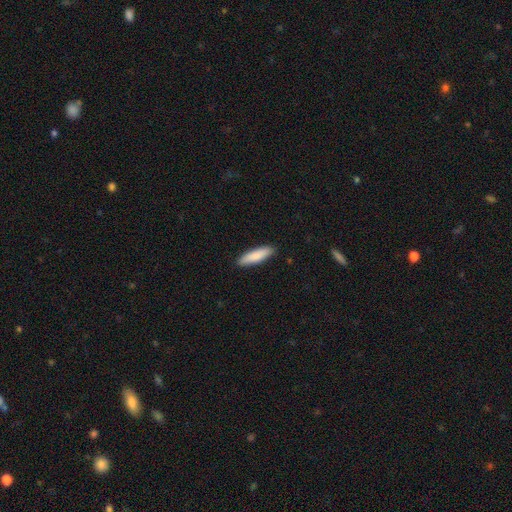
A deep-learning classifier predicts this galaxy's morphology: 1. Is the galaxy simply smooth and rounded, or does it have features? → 87% smooth, 8% featured or disk, 5% star or artifact.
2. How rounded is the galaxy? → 67% cigar-shaped, 32% in between, 1% round.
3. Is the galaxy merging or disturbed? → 90% none, 8% minor disturbance, 1% major disturbance, 1% merger.